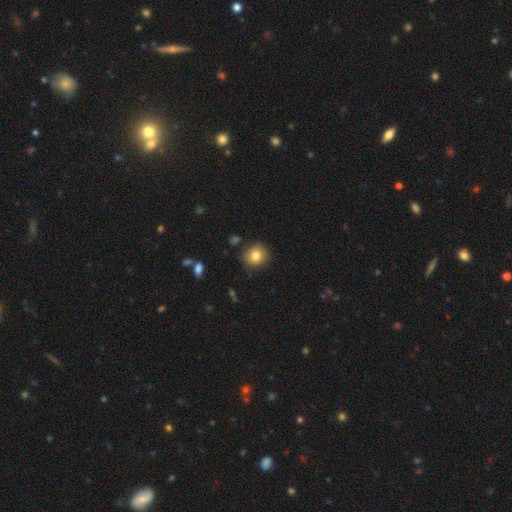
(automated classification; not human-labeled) A smooth galaxy with no disk features (82%) that is round (86%). Merging: none (85%).